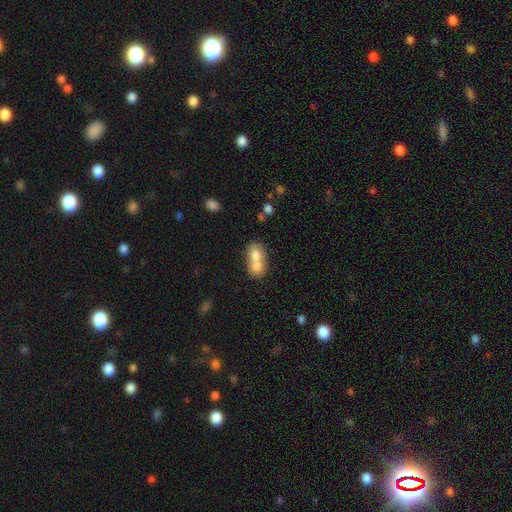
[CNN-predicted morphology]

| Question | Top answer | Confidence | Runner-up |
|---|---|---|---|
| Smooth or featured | smooth | 71% | featured or disk (21%) |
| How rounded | in between | 58% | round (40%) |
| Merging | merger | 74% | none (18%) |